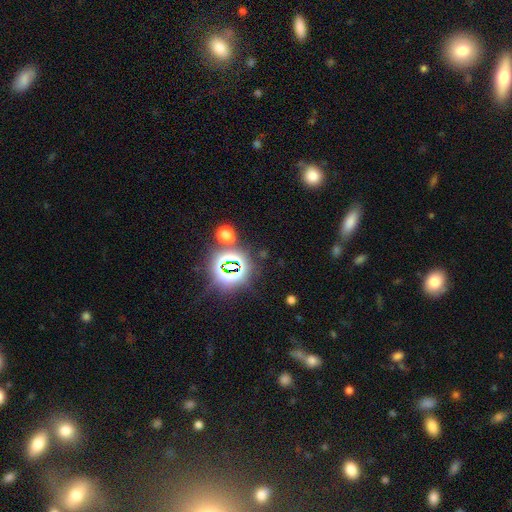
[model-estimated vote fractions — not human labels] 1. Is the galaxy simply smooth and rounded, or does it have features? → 74% star or artifact, 17% smooth, 9% featured or disk.